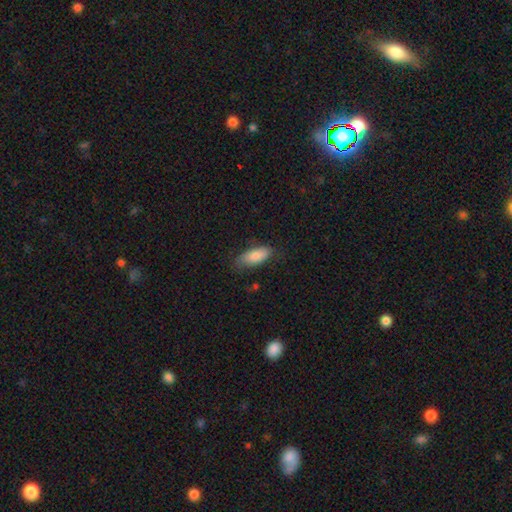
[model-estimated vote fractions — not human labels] This appears to be a smooth galaxy with no disk features (82%) that is in between round and cigar-shaped (80%). Merging: none (72%).